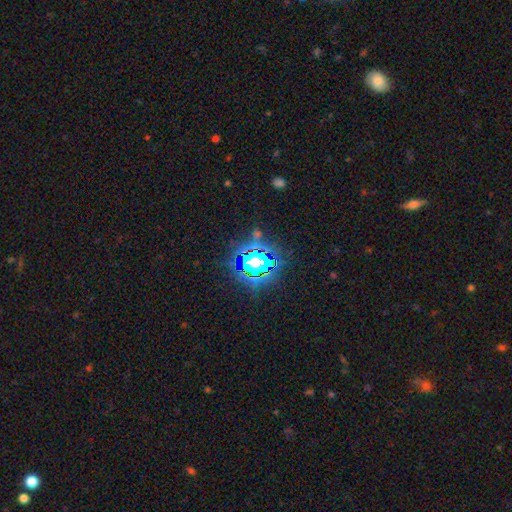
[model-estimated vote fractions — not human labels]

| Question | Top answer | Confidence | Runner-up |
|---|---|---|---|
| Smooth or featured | star or artifact | 81% | smooth (12%) |